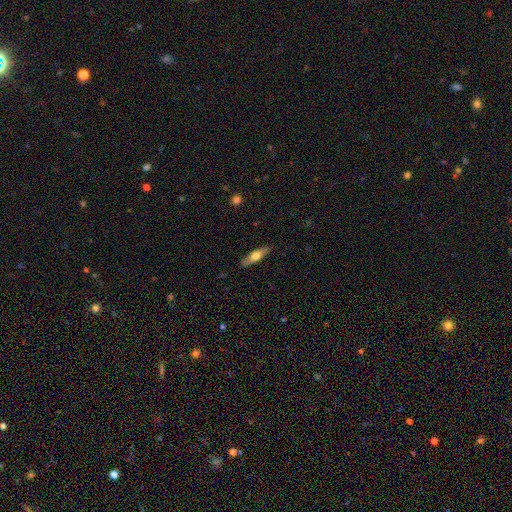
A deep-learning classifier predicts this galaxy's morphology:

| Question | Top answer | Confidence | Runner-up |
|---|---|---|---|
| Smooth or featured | smooth | 52% | featured or disk (42%) |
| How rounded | cigar-shaped | 67% | in between (30%) |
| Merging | none | 89% | minor disturbance (9%) |